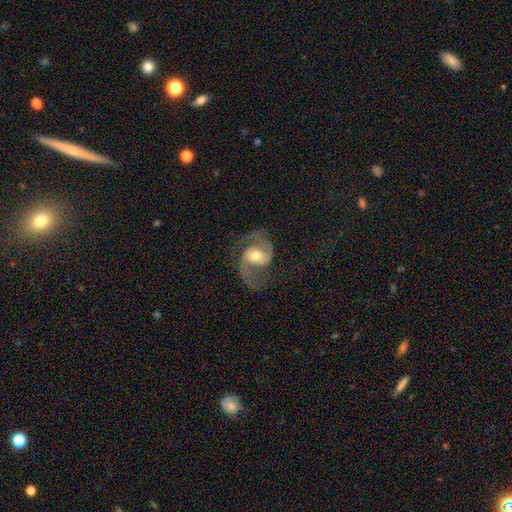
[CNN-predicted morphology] A featured or disk galaxy (86%) with no bar (53%), 2 (91%) medium (53%) spiral arms (96%) and a moderate central bulge (68%).

Vote fractions:
- Smooth or featured? featured or disk: 86% / smooth: 8% / star or artifact: 5%
- Edge-on disk? no: 97% / yes: 3%
- Bar? no: 53% / weak: 35% / strong: 12%
- Spiral arms? yes: 96% / no: 4%
- Spiral winding? medium: 53% / loose: 33% / tight: 14%
- Spiral arm count? 2: 91% / 1: 3% / can't tell: 3% / 3: 1% / 4: 1% / more than 4: 1%
- Bulge size? moderate: 68% / small: 16% / large: 13% / dominant: 1% / none: 1%
- Merging? none: 65% / major disturbance: 17% / minor disturbance: 16% / merger: 2%